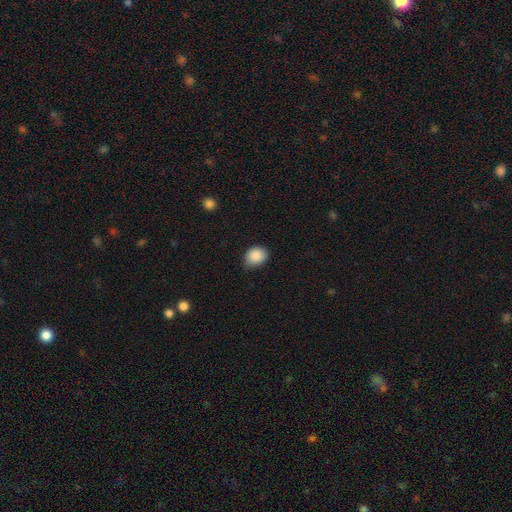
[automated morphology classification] A smooth galaxy with no disk features (88%) that is in between round and cigar-shaped (51%). Merging: none (72%).